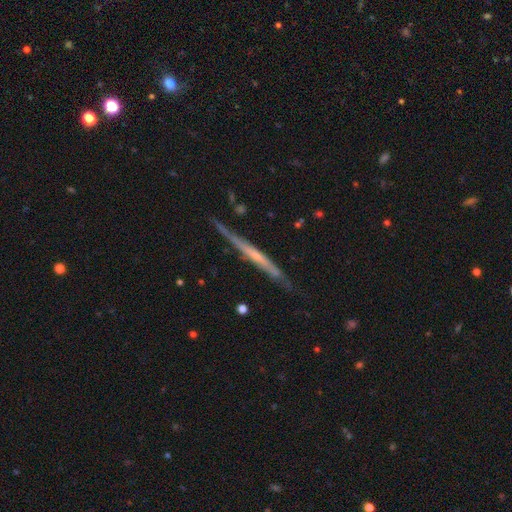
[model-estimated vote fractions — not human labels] Morphology: type=featured or disk (67%); edge-on=yes (96%); edge-on bulge=none (70%); merging=none (77%).